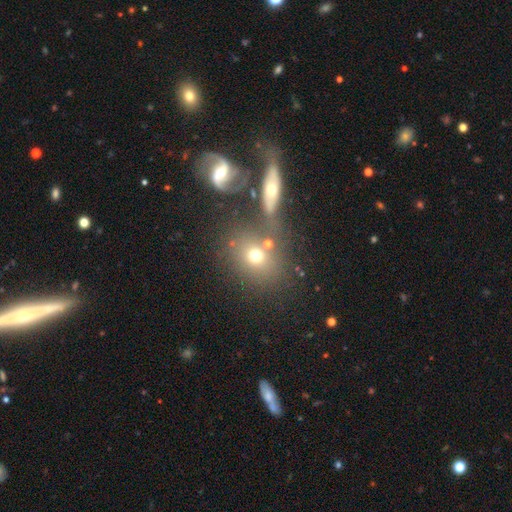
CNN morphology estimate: A smooth galaxy with no disk features (65%) that is round (62%). Merging: none (54%).